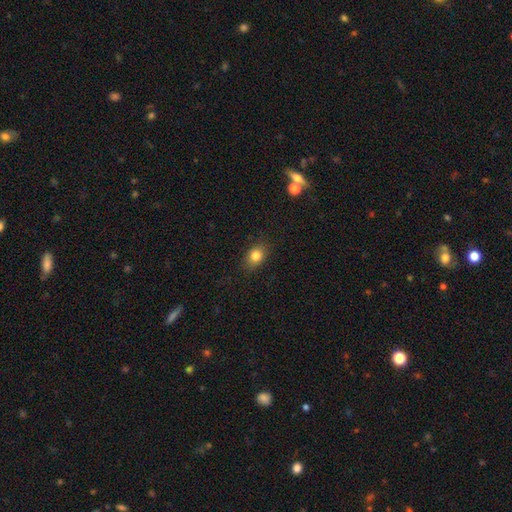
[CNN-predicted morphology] This appears to be a smooth galaxy with no disk features (82%) that is in between round and cigar-shaped (62%). Merging: none (84%).